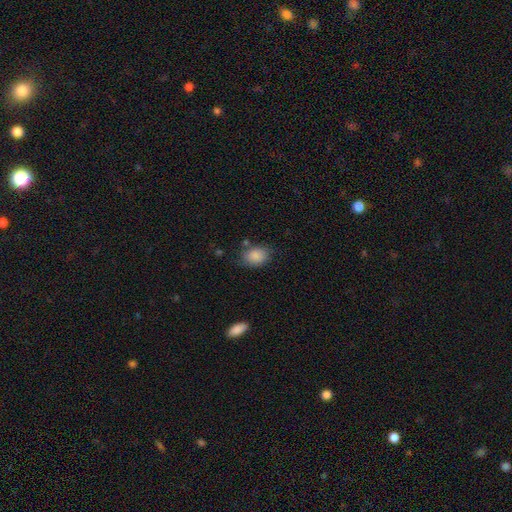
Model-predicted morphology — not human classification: This appears to be a smooth galaxy with no disk features (86%) that is in between round and cigar-shaped (66%). Merging: none (69%).